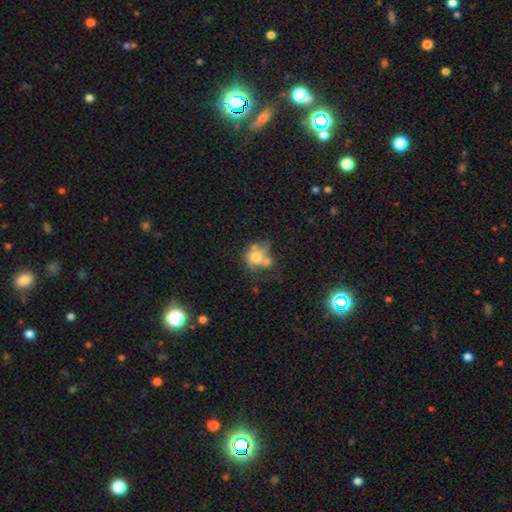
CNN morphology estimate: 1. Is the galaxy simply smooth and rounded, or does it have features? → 57% smooth, 31% featured or disk, 12% star or artifact.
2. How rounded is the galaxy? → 54% round, 45% in between, 1% cigar-shaped.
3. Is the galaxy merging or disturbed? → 38% merger, 26% none, 19% major disturbance, 17% minor disturbance.